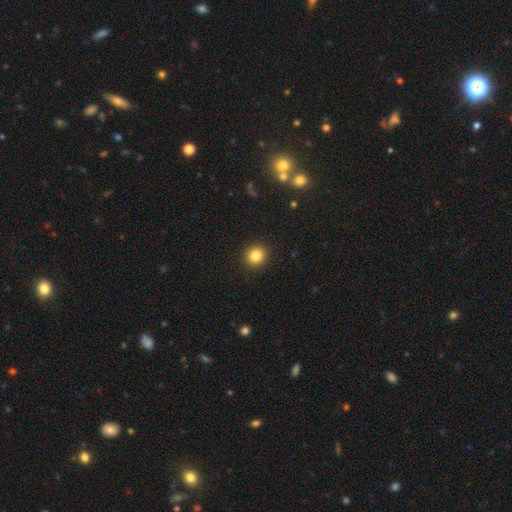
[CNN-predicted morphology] Overall: smooth (84%). How rounded: round (86%). Merging: none (92%).